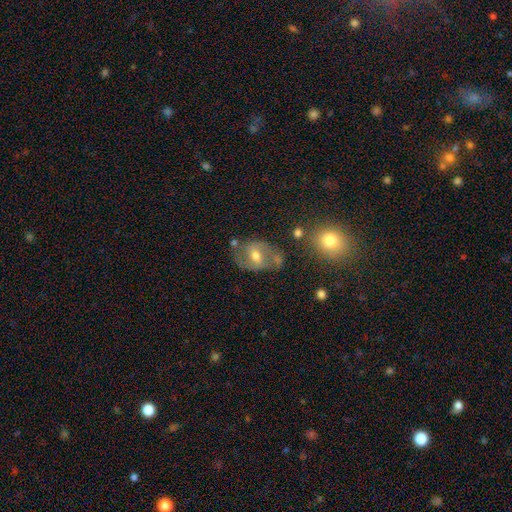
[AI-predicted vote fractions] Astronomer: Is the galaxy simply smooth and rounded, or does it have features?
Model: featured or disk — 57% (runner-up: smooth, 34%).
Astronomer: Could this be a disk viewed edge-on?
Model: no — 95%.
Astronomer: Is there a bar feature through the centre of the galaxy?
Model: weak — 44% (runner-up: no, 29%).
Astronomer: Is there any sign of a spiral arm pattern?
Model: yes — 65%.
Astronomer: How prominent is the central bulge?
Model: moderate — 70%.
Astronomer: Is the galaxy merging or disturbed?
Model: none — 58%.